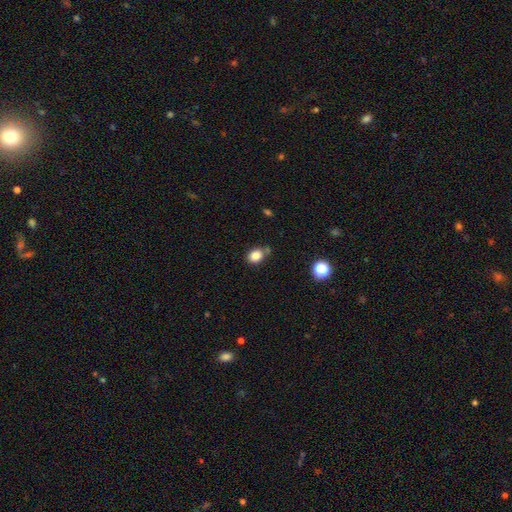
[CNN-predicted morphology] smooth 84%, star or artifact 10%, featured or disk 5%. Down the decision tree: how rounded — in between (59%); merging — none (67%).